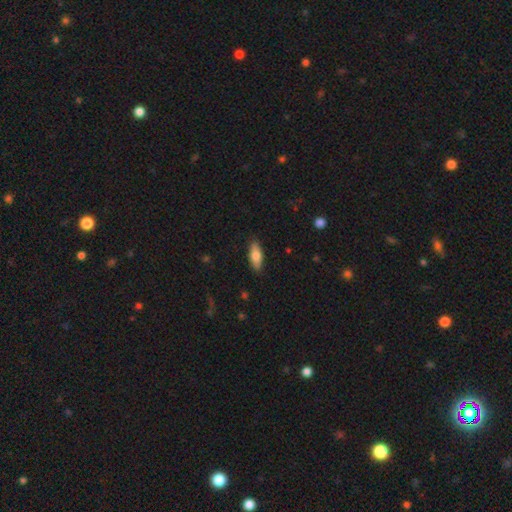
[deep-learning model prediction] Q: Smooth or featured?
A: smooth (75%); runner-up: featured or disk (19%)
Q: How rounded?
A: in between (76%); runner-up: cigar-shaped (21%)
Q: Merging?
A: none (87%); runner-up: minor disturbance (10%)